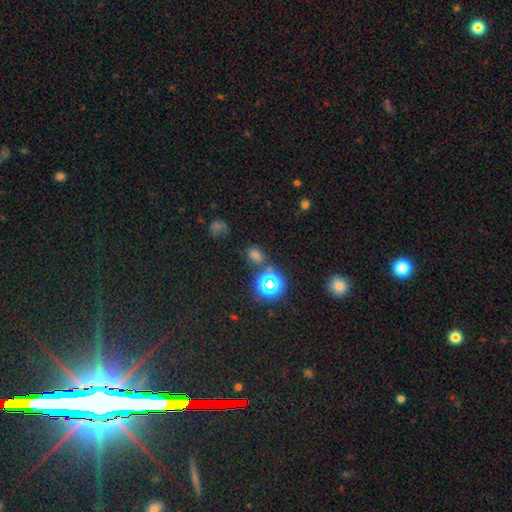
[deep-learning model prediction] smooth_or_featured: smooth (p=0.52) [alt: star or artifact p=0.41]
how_rounded: in between (p=0.52) [alt: round p=0.45]
merging: none (p=0.69) [alt: minor disturbance p=0.13]